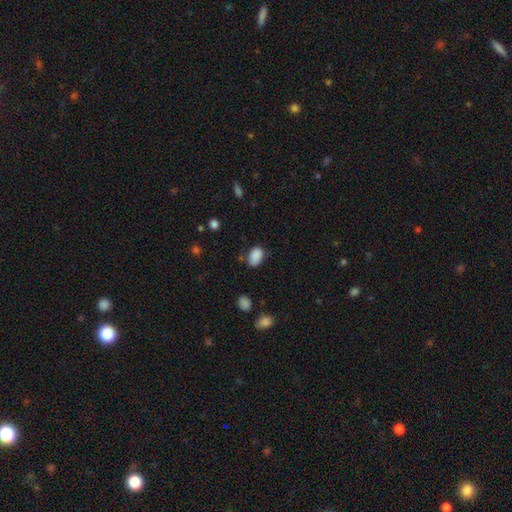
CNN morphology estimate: smooth-or-featured: smooth: 88% | star or artifact: 9% | featured or disk: 4%
  how-rounded: in between: 85% | round: 14% | cigar-shaped: 1%
  merging: none: 75% | minor disturbance: 19% | major disturbance: 4% | merger: 2%